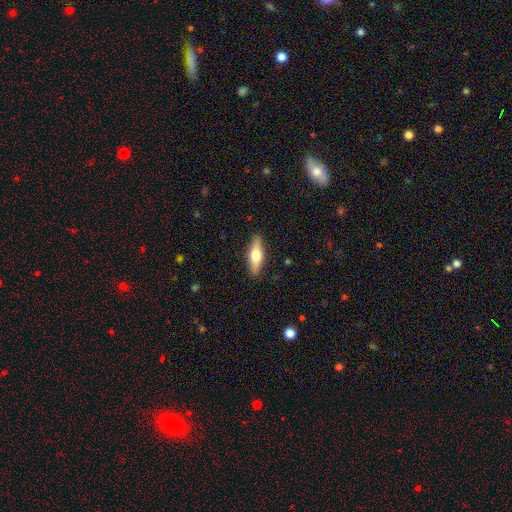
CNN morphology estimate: smooth_or_featured: smooth (p=0.58) [alt: featured or disk p=0.36]
how_rounded: in between (p=0.49) [alt: cigar-shaped p=0.48]
merging: none (p=0.89) [alt: minor disturbance p=0.08]